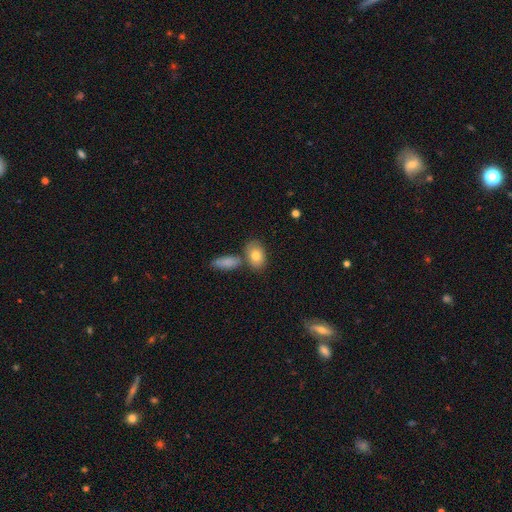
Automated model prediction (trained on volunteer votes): A smooth galaxy with no disk features (79%) that is in between round and cigar-shaped (85%).

Vote fractions:
- Smooth or featured? smooth: 79% / featured or disk: 13% / star or artifact: 7%
- How rounded? in between: 85% / round: 13% / cigar-shaped: 2%
- Merging? none: 62% / merger: 21% / minor disturbance: 13% / major disturbance: 4%